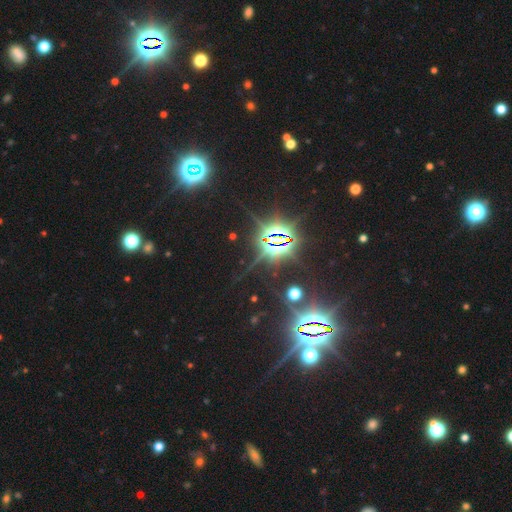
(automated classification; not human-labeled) Smooth or featured?
  - star or artifact: 84% *
  - smooth: 10%
  - featured or disk: 6%